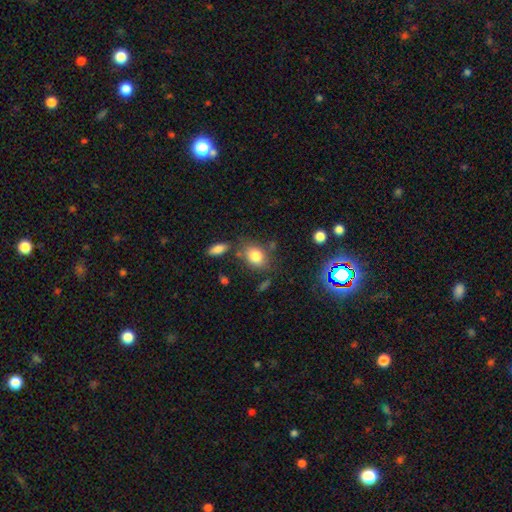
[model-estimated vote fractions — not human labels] Smooth or featured: smooth — 80% (star or artifact — 10%)
How rounded: in between — 66% (round — 32%)
Merging: none — 69% (minor disturbance — 17%)